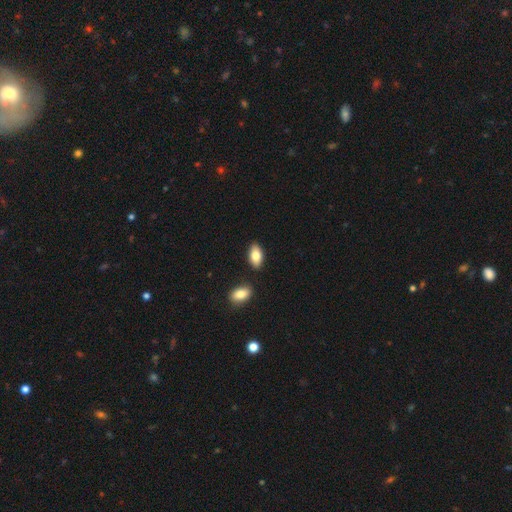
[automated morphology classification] A smooth galaxy with no disk features (81%) that is in between round and cigar-shaped (92%). Merging: none (82%).